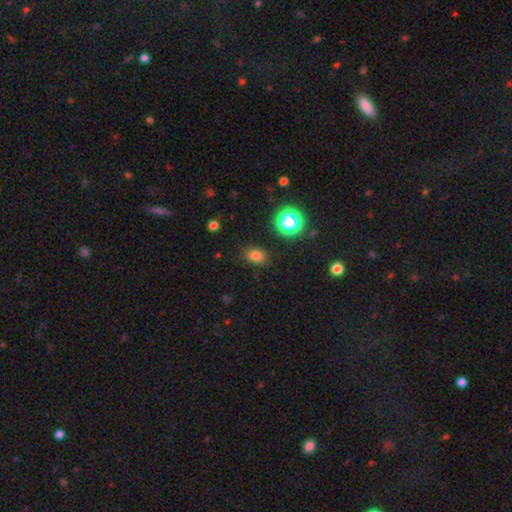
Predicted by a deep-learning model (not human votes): Morphology: type=smooth (77%); roundness=in between (65%); merging=none (82%).